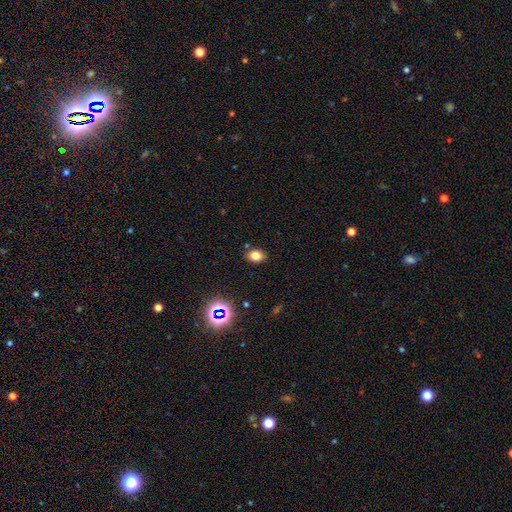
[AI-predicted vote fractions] smooth 77%, star or artifact 15%, featured or disk 8%. Down the decision tree: how rounded — in between (68%); merging — none (86%).